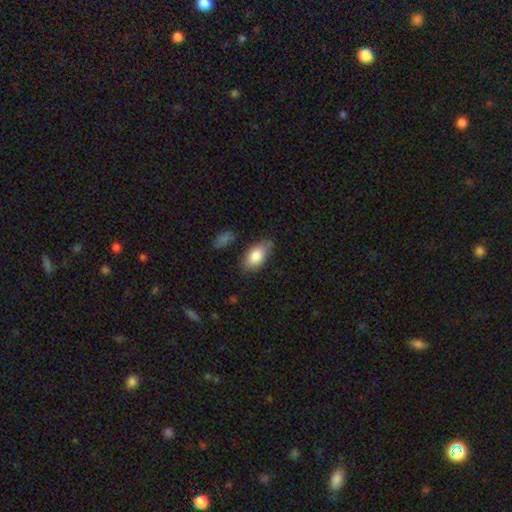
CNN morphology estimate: Smooth or featured?
  - smooth: 84% *
  - featured or disk: 10%
  - star or artifact: 6%
How rounded?
  - in between: 92% *
  - round: 4%
  - cigar-shaped: 4%
Merging?
  - none: 75% *
  - minor disturbance: 18%
  - major disturbance: 4%
  - merger: 3%